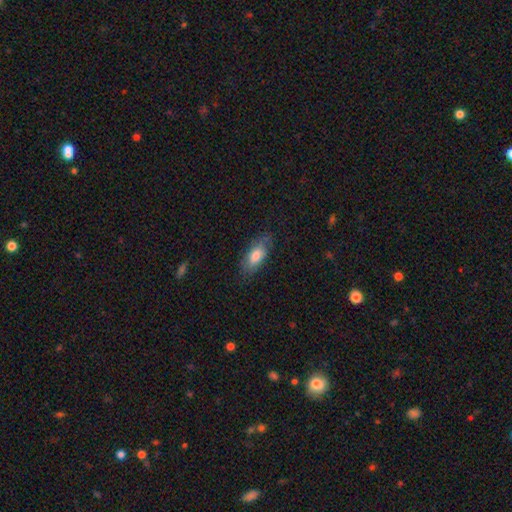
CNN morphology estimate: Smooth or featured? Predicted: smooth (p=0.74). How rounded? Predicted: in between (p=0.86). Merging? Predicted: none (p=0.71).